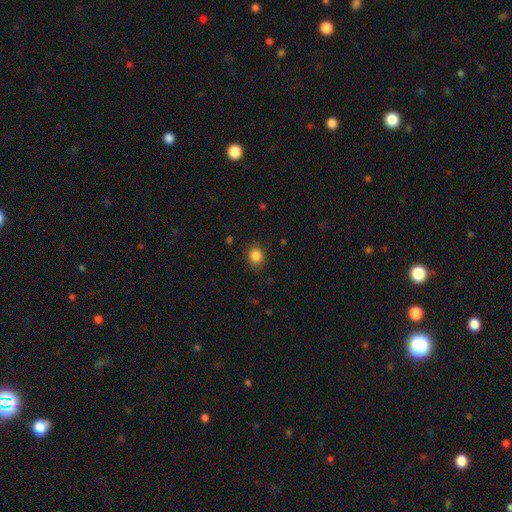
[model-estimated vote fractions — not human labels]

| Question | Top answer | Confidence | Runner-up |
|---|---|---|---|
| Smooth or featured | smooth | 86% | star or artifact (10%) |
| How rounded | round | 67% | in between (32%) |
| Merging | none | 87% | minor disturbance (9%) |